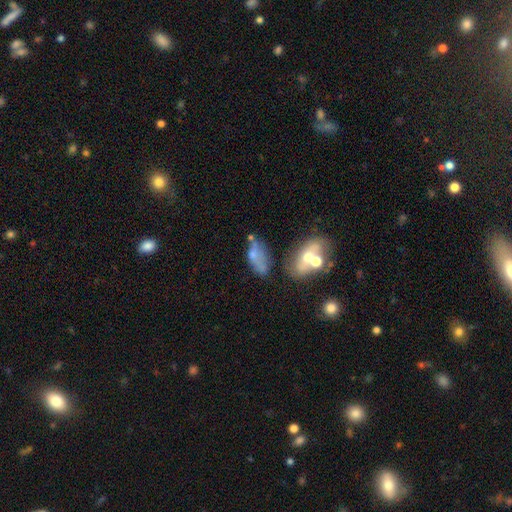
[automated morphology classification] This is possibly a smooth galaxy (57%). How rounded: clearly in between (82%). Merging: marginally none (31%).